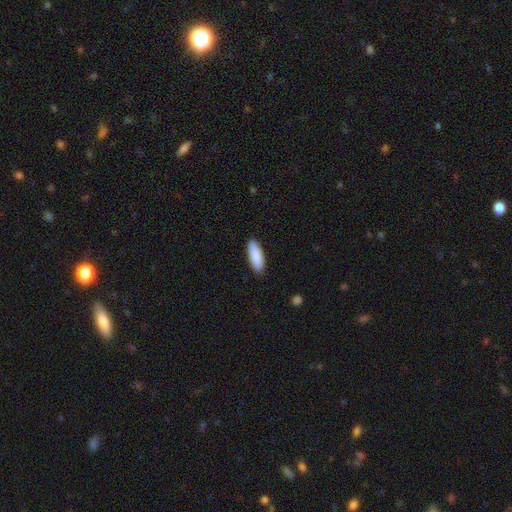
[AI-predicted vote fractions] Smooth or featured: smooth — 89% (featured or disk — 5%)
How rounded: in between — 69% (cigar-shaped — 29%)
Merging: none — 89% (minor disturbance — 8%)